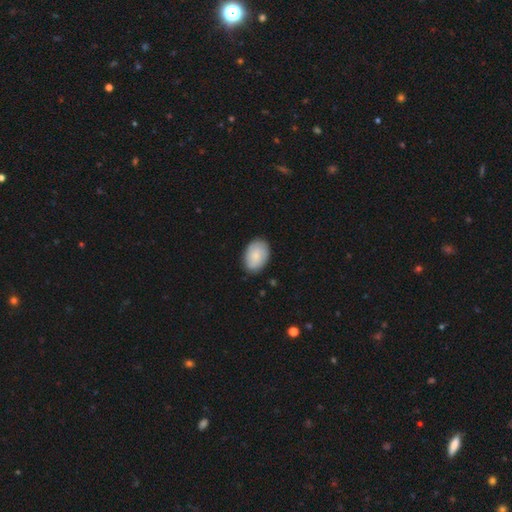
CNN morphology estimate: Overall: smooth (71%). How rounded: in between (84%). Merging: none (84%).